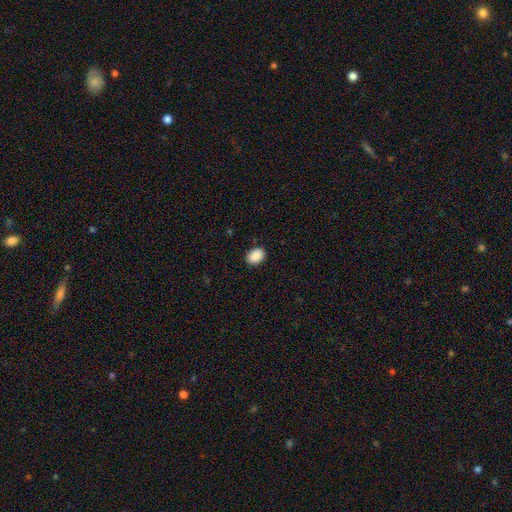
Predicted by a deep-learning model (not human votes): A smooth galaxy with no disk features (90%) that is in between round and cigar-shaped (72%). Merging: none (89%).